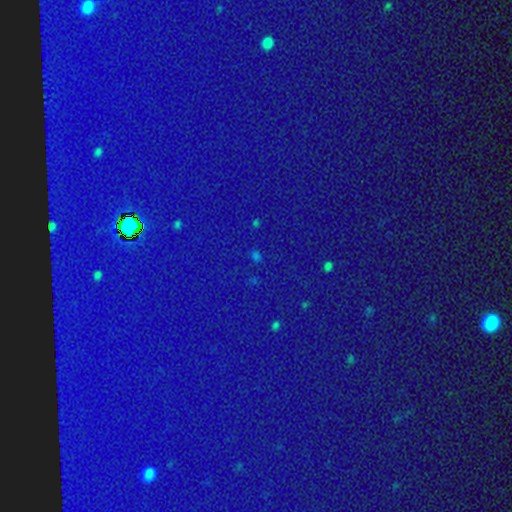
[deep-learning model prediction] A star or artifact, not a galaxy (80%).

Vote fractions:
- Smooth or featured? star or artifact: 80% / smooth: 12% / featured or disk: 8%